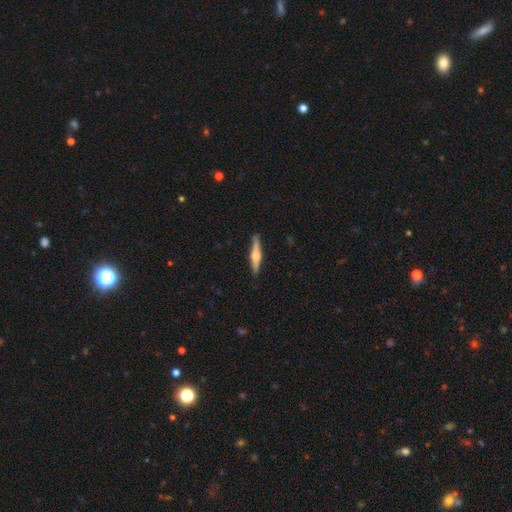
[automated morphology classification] Smooth or featured: featured or disk — 67% (smooth — 28%)
Edge-on disk: yes — 98% (no — 2%)
Edge-on bulge: rounded — 90% (boxy — 7%)
Merging: none — 89% (minor disturbance — 8%)